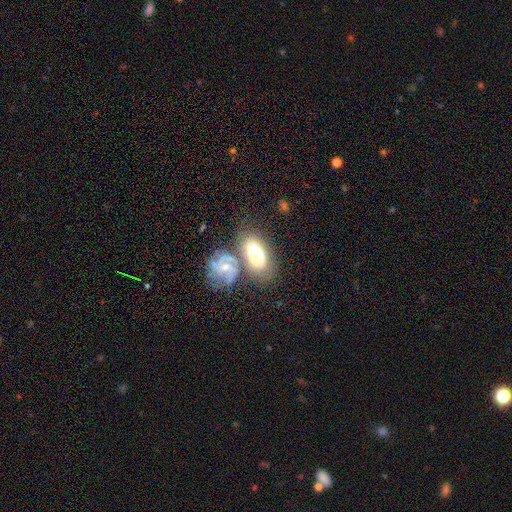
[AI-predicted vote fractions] This appears to be a smooth galaxy with no disk features (52%) that is in between round and cigar-shaped (87%). Merging: none (42%).